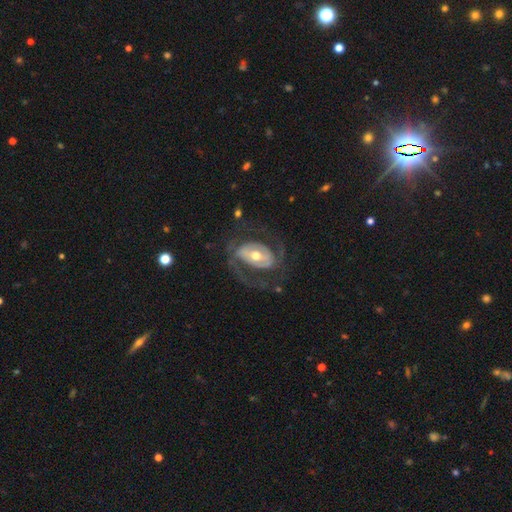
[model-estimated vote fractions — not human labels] This appears to be a featured or disk galaxy (83%) with a strong bar (39%), 2 (77%) medium (47%) spiral arms (80%) and a moderate central bulge (72%). Merging: none (61%).